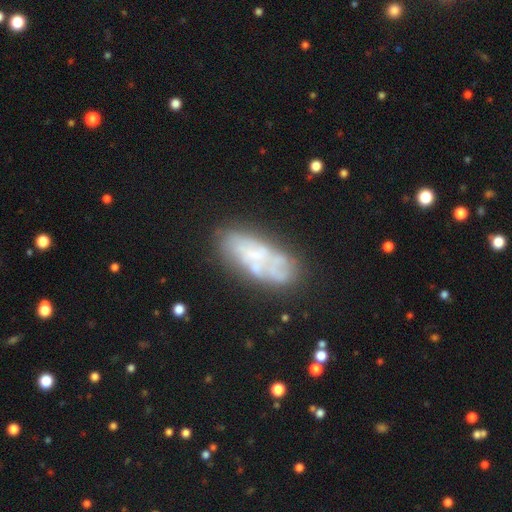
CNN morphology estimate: smooth_or_featured: featured or disk (p=0.56) [alt: smooth p=0.34]
disk_edge_on: no (p=0.88) [alt: yes p=0.12]
merging: none (p=0.55) [alt: minor disturbance p=0.21]